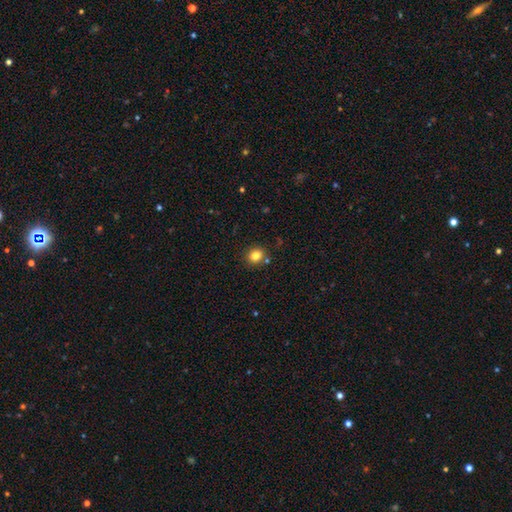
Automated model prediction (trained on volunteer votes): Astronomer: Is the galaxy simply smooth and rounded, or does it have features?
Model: smooth — 82%.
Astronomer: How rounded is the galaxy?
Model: round — 69%.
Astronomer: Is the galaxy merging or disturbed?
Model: none — 83%.